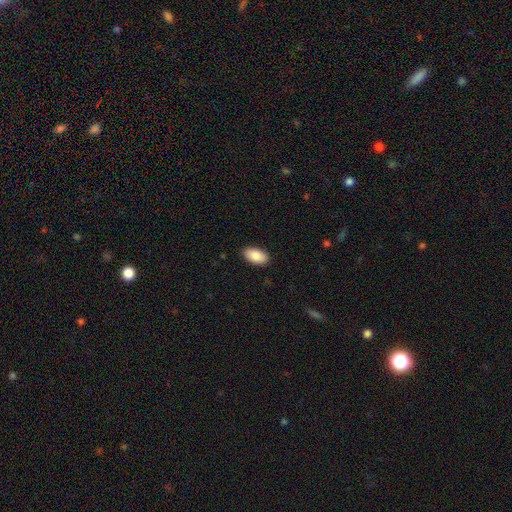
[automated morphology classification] Smooth or featured?
  - smooth: 89% *
  - star or artifact: 6%
  - featured or disk: 5%
How rounded?
  - in between: 95% *
  - round: 3%
  - cigar-shaped: 2%
Merging?
  - none: 89% *
  - minor disturbance: 9%
  - major disturbance: 2%
  - merger: 1%